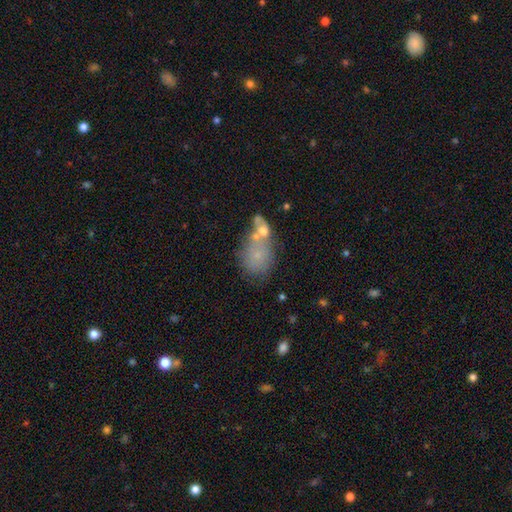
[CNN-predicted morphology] type=smooth (59%); roundness=in between (65%); merging=merger (44%).